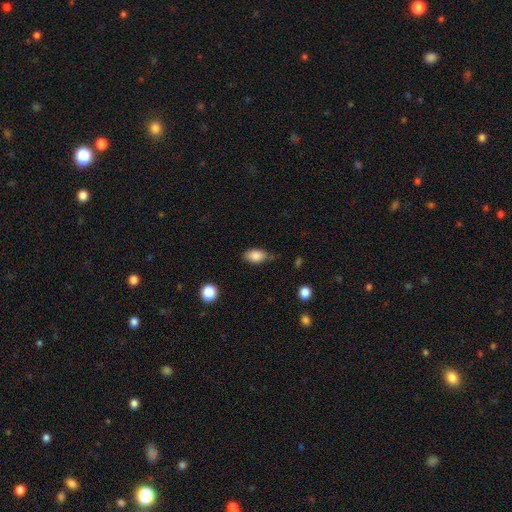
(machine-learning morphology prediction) Smooth or featured: smooth — 85% (star or artifact — 8%)
How rounded: in between — 89% (round — 8%)
Merging: none — 63% (minor disturbance — 29%)